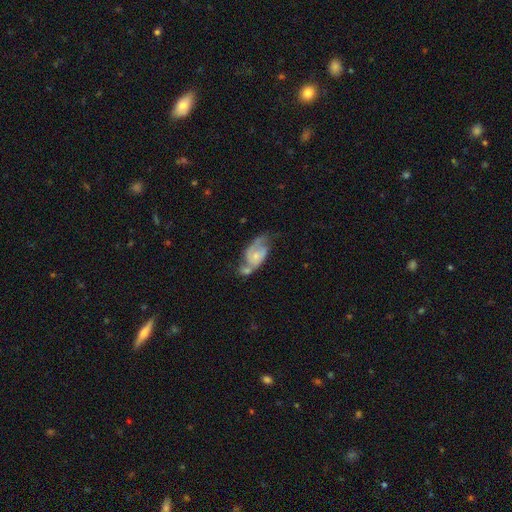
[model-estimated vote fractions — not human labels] This appears to be a featured or disk galaxy (72%) with no bar (67%), 2 (75%) medium (45%) spiral arms (87%) and a small central bulge (59%). Merging: merger (37%).